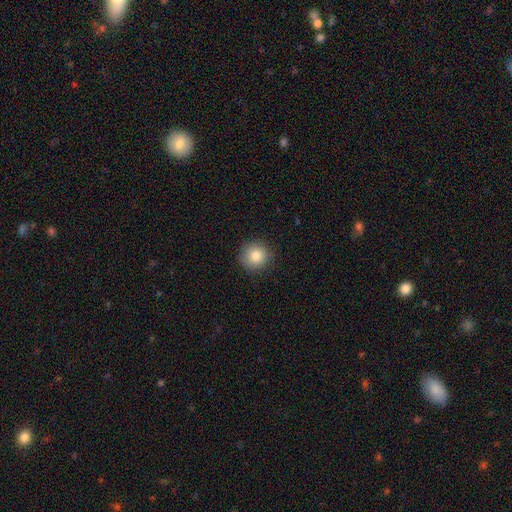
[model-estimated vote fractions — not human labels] Smooth or featured? smooth (83%)
How rounded? round (93%)
Merging? none (90%)